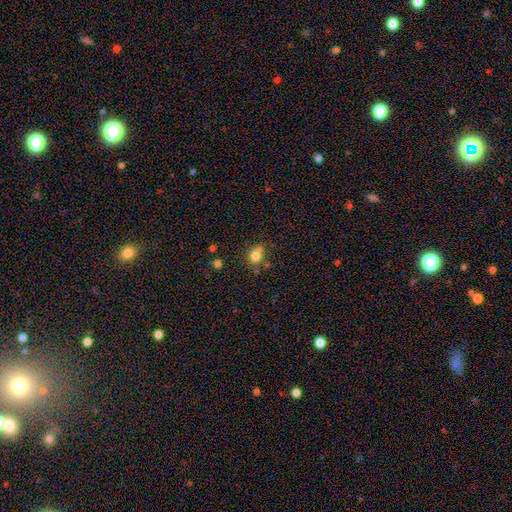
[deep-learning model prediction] smooth_or_featured: smooth (p=0.76) [alt: star or artifact p=0.14]
how_rounded: round (p=0.79) [alt: in between p=0.20]
merging: none (p=0.56) [alt: merger p=0.26]